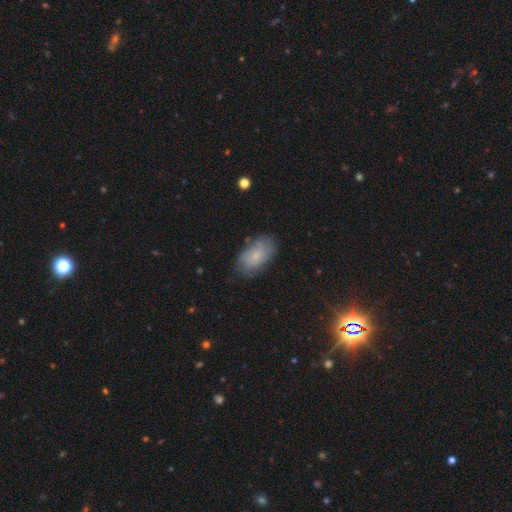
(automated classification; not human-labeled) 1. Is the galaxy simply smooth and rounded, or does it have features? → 54% smooth, 38% featured or disk, 8% star or artifact.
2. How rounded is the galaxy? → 92% in between, 6% round, 2% cigar-shaped.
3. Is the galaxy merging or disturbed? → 69% none, 22% minor disturbance, 7% major disturbance, 2% merger.